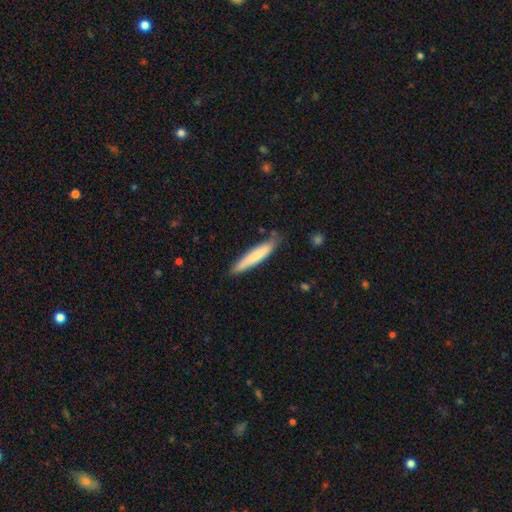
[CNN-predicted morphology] Smooth or featured: smooth — 76% (featured or disk — 18%)
How rounded: cigar-shaped — 91% (in between — 8%)
Merging: none — 79% (minor disturbance — 17%)